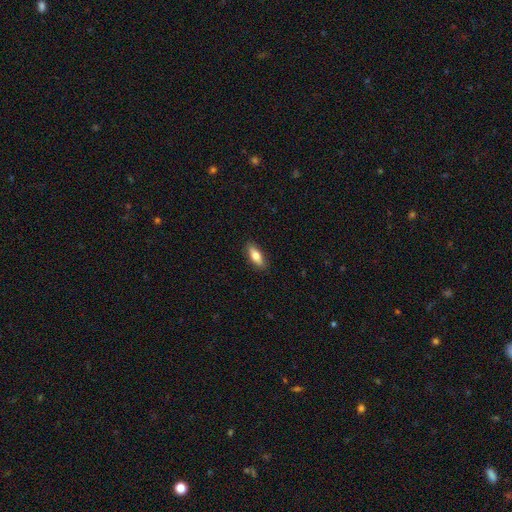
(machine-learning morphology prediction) type=smooth (77%); roundness=in between (70%); merging=none (87%).